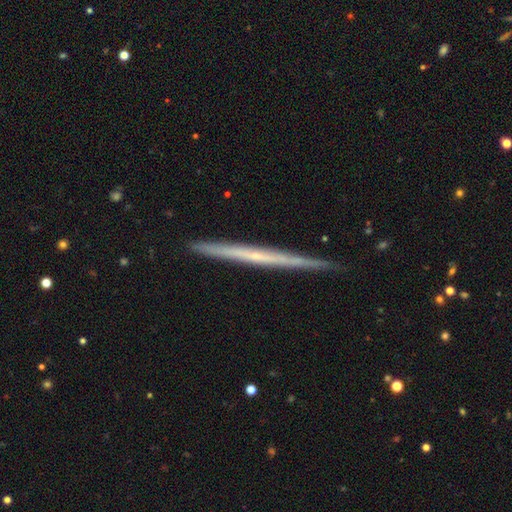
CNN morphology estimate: type=featured or disk (66%); edge-on=yes (98%); edge-on bulge=none (81%); merging=none (88%).